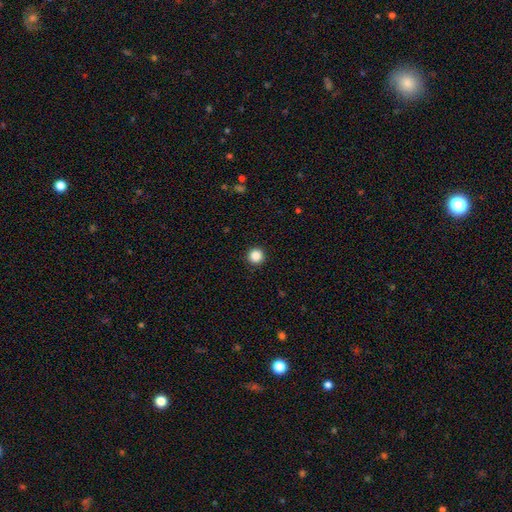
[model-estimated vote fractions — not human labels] Smooth or featured? smooth (87%)
How rounded? round (96%)
Merging? none (93%)